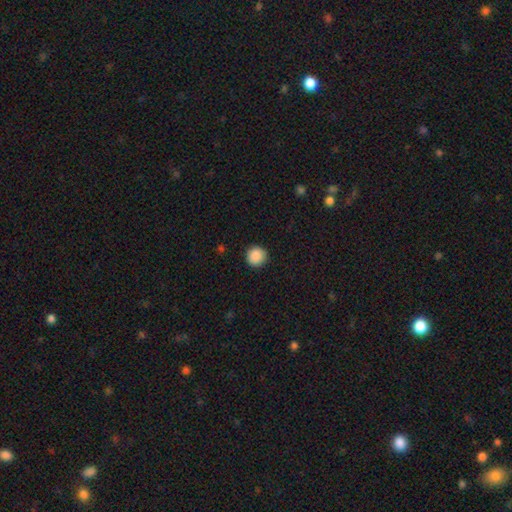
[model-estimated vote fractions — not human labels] A smooth galaxy with no disk features (89%) that is round (95%). Merging: none (92%).